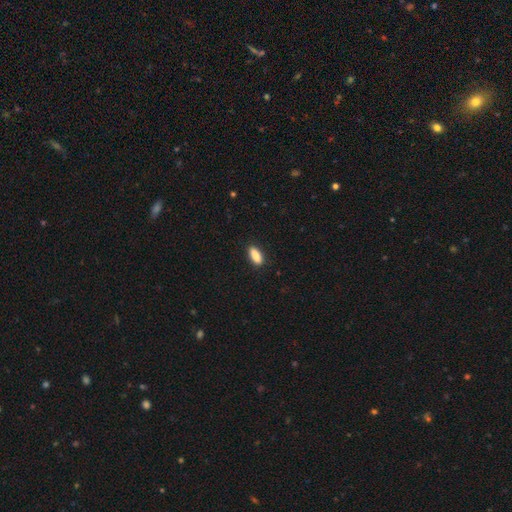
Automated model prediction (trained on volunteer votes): The model was most divided on "how rounded": in between: 70%, cigar-shaped: 27%, round: 3%. More confident: merging — none (88%); smooth or featured — smooth (87%).